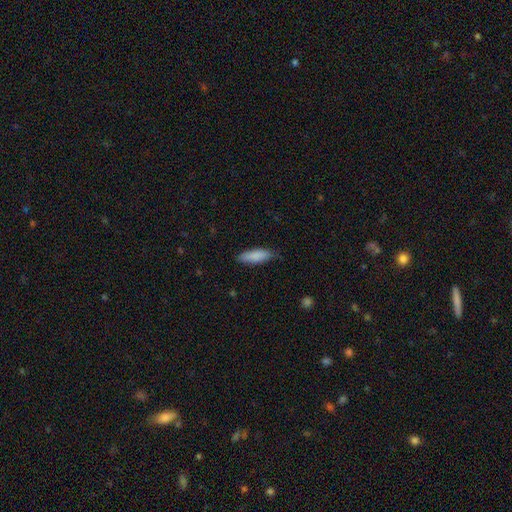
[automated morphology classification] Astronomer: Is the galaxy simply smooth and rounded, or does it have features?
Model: smooth — 86%.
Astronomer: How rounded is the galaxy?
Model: in between — 54% (runner-up: cigar-shaped, 44%).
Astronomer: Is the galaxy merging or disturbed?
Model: none — 76%.